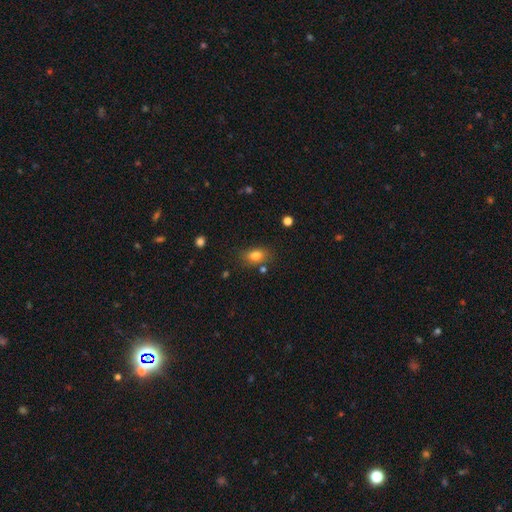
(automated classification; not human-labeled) The model was most divided on "how rounded": in between: 79%, round: 19%, cigar-shaped: 2%. More confident: smooth or featured — smooth (80%); merging — none (76%).